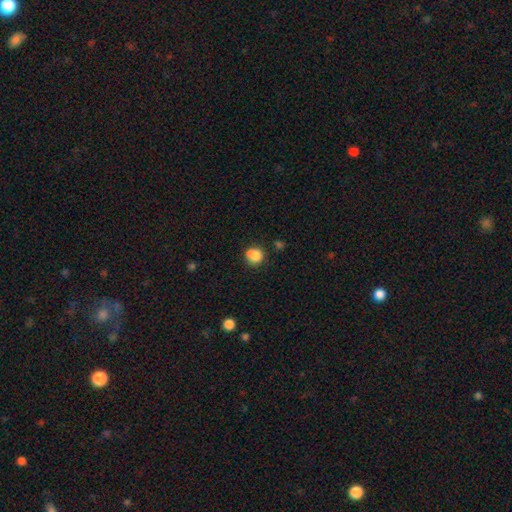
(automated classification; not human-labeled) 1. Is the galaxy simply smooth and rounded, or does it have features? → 81% smooth, 10% star or artifact, 9% featured or disk.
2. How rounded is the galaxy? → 75% round, 24% in between, 1% cigar-shaped.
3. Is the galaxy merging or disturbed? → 52% none, 22% merger, 19% minor disturbance, 6% major disturbance.